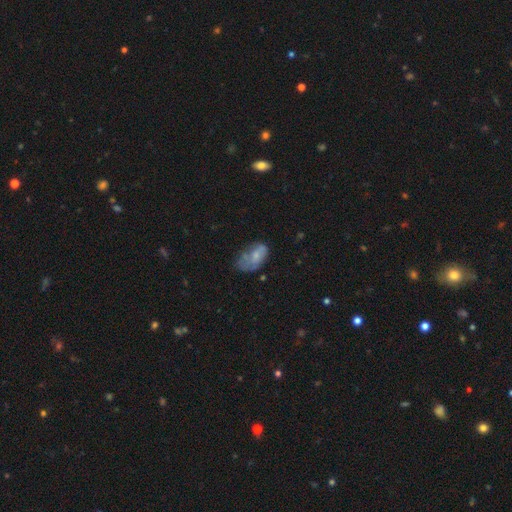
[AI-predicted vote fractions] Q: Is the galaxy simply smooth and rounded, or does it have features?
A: smooth — 61%.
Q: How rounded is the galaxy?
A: in between — 91%.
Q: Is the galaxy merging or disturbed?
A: none — 35%.